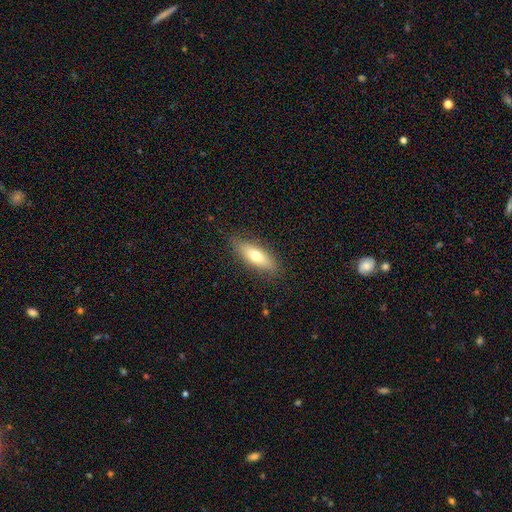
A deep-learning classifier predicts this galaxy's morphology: Smooth or featured? smooth (67%)
How rounded? in between (60%)
Merging? none (85%)